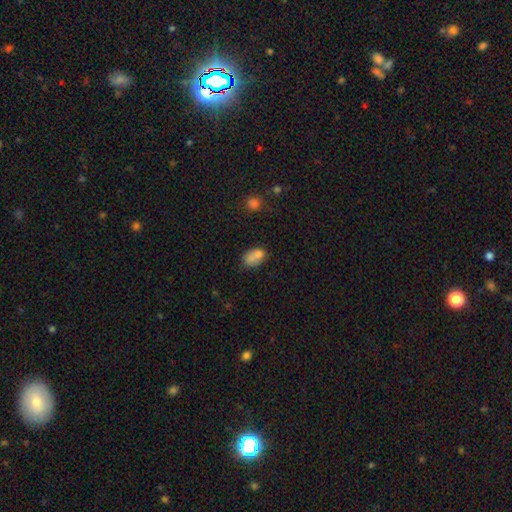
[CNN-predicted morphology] smooth_or_featured: smooth (p=0.74) [alt: featured or disk p=0.15]
how_rounded: in between (p=0.77) [alt: round p=0.21]
merging: none (p=0.42) [alt: merger p=0.29]